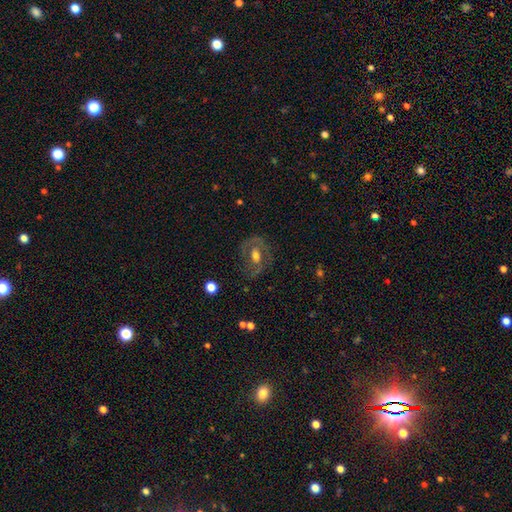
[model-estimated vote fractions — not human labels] smooth-or-featured: featured or disk: 68% | smooth: 23% | star or artifact: 9%
  disk-edge-on: no: 95% | yes: 5%
    bar: no: 44% | weak: 40% | strong: 16%
    has-spiral-arms: yes: 70% | no: 30%
    bulge-size: moderate: 62% | large: 19% | small: 15% | none: 2% | dominant: 2%
  merging: none: 66% | minor disturbance: 18% | major disturbance: 14% | merger: 2%